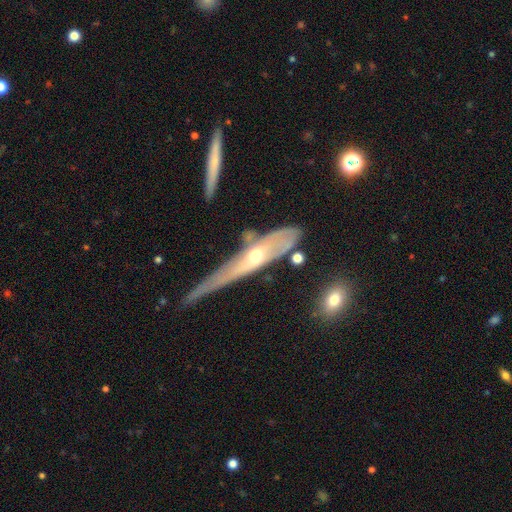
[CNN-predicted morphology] type=featured or disk (62%); edge-on=yes (61%); merging=none (33%).